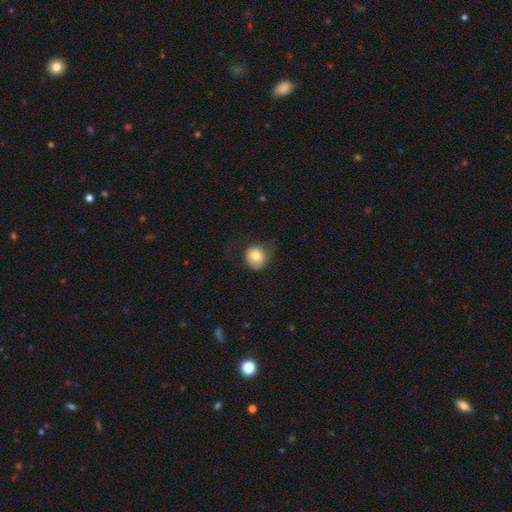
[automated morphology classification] Overall: smooth (77%). How rounded: round (81%). Merging: none (52%; minor disturbance 28%).